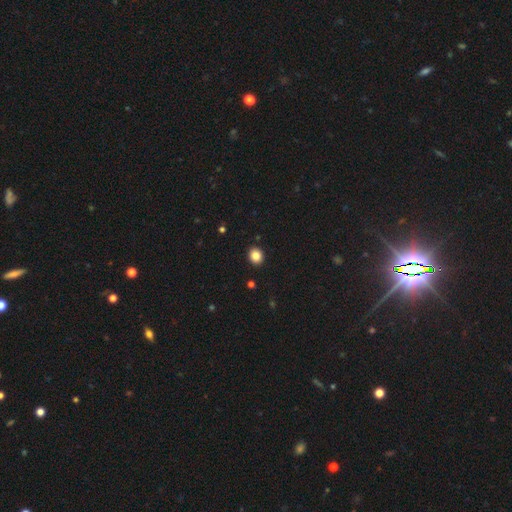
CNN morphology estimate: This is clearly a smooth galaxy (85%). How rounded: likely round (70%). Merging: clearly none (92%).